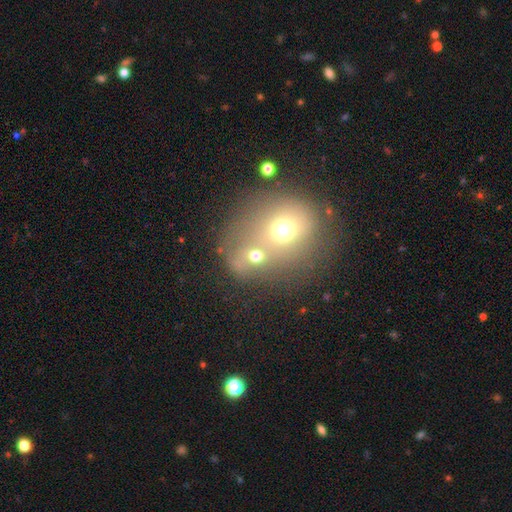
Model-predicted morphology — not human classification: Smooth or featured: smooth — 61% (featured or disk — 20%)
How rounded: round — 73% (in between — 26%)
Merging: merger — 65% (none — 23%)